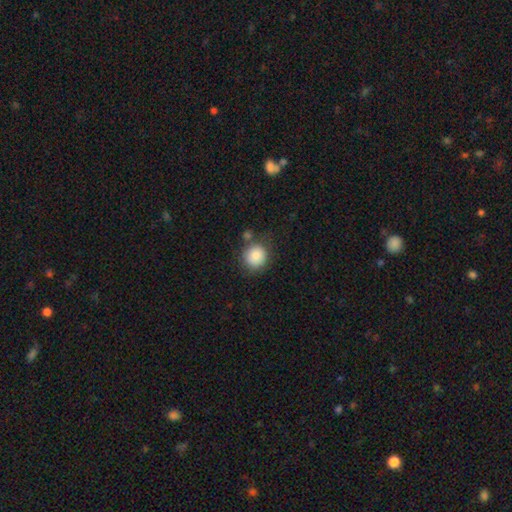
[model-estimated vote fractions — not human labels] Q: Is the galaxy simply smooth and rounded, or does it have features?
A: smooth — 85%.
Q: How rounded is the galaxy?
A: round — 89%.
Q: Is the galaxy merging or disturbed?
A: none — 71%.